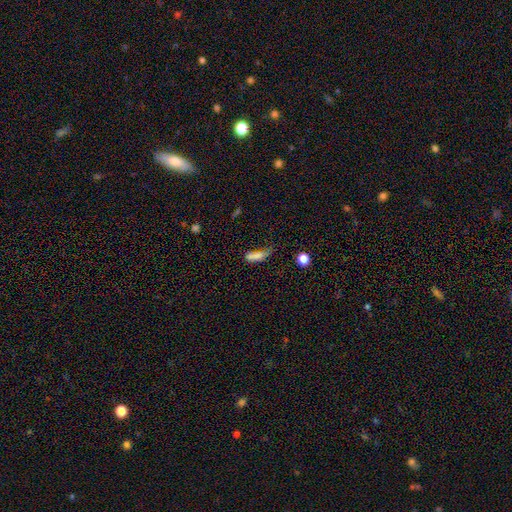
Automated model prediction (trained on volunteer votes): This is likely a smooth galaxy (75%). How rounded: possibly in between (52%). Merging: marginally minor disturbance (32%).